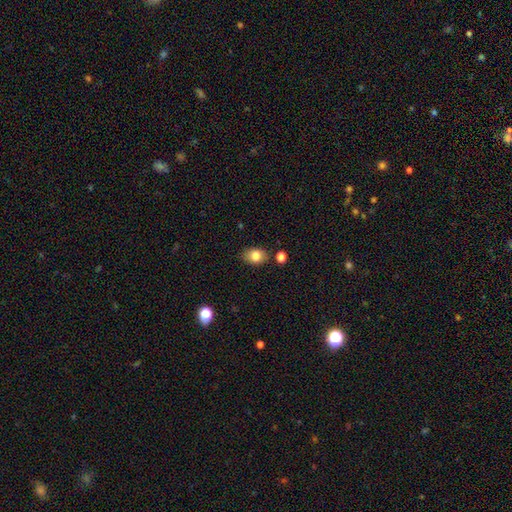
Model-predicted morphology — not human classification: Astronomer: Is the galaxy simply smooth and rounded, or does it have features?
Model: smooth — 81%.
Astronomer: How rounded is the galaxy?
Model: in between — 74%.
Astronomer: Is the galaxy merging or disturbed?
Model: none — 79%.